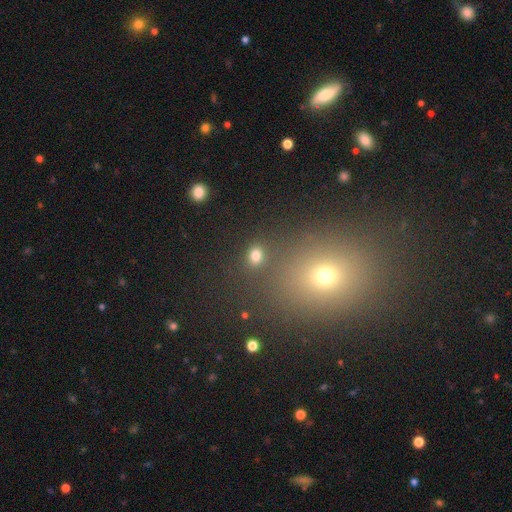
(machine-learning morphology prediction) Smooth or featured? smooth (77%)
How rounded? round (50%)
Merging? none (81%)